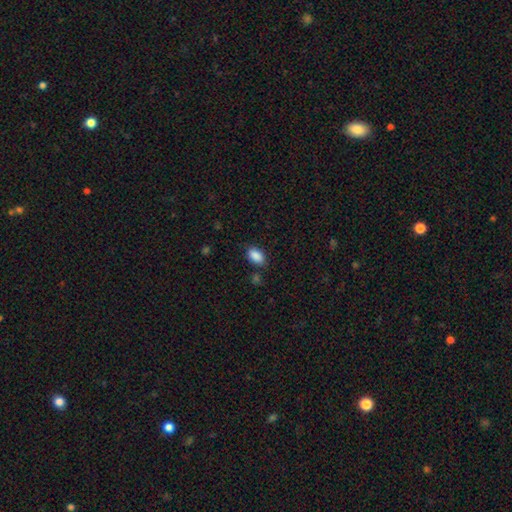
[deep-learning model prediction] Overall: smooth (89%). How rounded: in between (91%). Merging: none (81%).